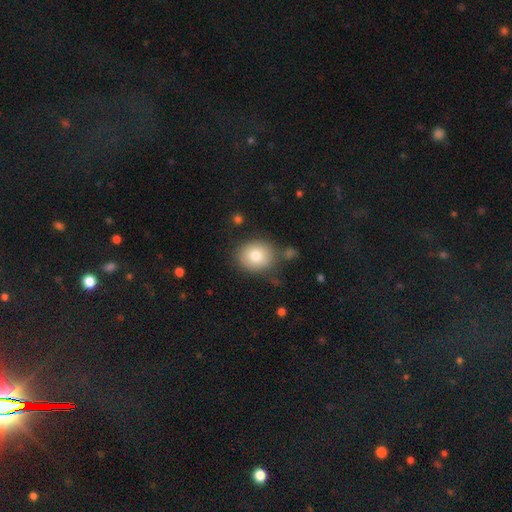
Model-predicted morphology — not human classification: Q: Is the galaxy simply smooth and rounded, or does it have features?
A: smooth — 78%.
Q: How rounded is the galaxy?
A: round — 72%.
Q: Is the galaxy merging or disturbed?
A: none — 75%.